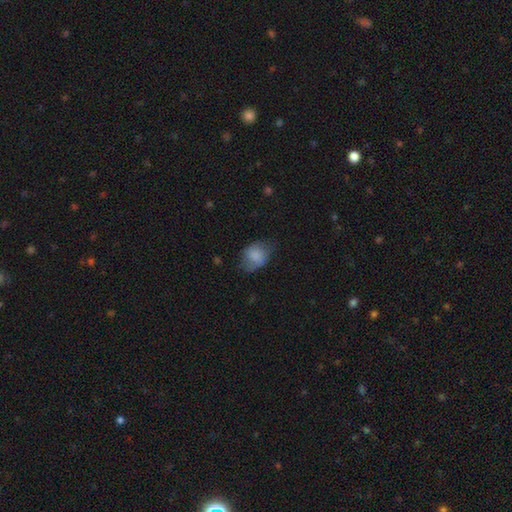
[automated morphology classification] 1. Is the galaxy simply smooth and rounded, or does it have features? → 76% smooth, 16% featured or disk, 8% star or artifact.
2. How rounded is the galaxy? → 64% in between, 35% round, 1% cigar-shaped.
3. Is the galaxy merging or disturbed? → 54% none, 31% minor disturbance, 13% major disturbance, 1% merger.